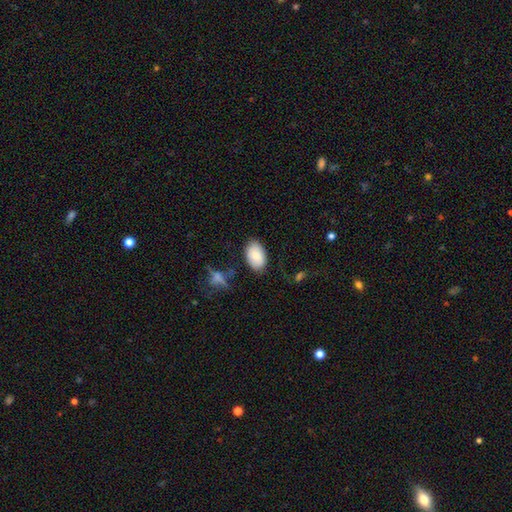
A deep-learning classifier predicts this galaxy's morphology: smooth 83%, featured or disk 9%, star or artifact 8%. Down the decision tree: how rounded — in between (92%); merging — none (80%).